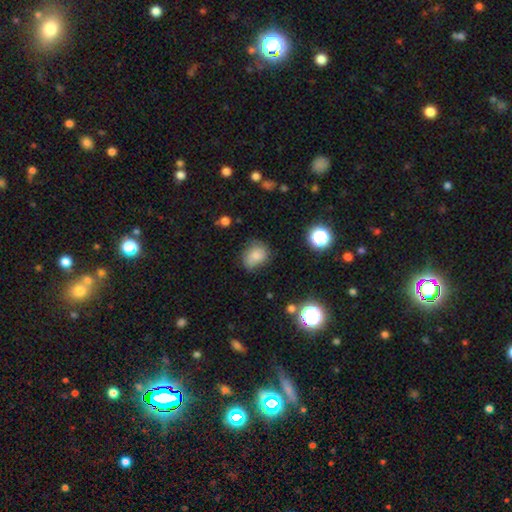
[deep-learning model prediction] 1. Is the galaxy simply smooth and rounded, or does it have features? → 79% smooth, 12% star or artifact, 9% featured or disk.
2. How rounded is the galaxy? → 52% in between, 47% round, 1% cigar-shaped.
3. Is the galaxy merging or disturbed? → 59% none, 29% minor disturbance, 9% major disturbance, 3% merger.